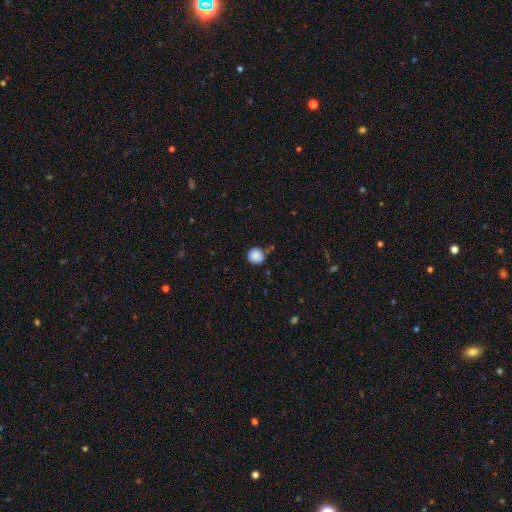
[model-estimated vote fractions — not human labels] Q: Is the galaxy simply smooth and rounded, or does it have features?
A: smooth — 88%.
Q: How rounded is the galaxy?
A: round — 91%.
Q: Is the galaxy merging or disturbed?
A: none — 78%.